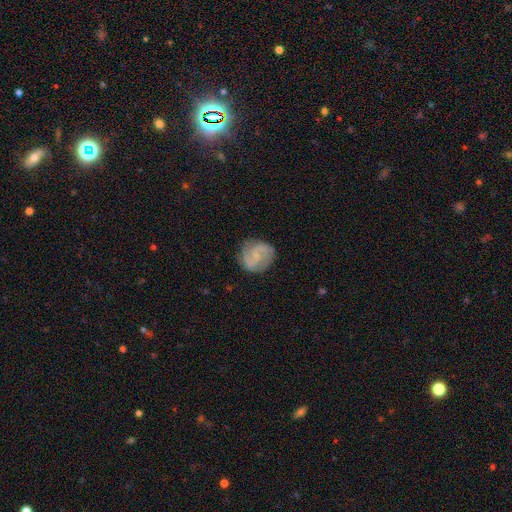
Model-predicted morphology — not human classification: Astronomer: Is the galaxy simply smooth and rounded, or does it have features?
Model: featured or disk — 73%.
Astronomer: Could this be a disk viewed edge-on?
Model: no — 98%.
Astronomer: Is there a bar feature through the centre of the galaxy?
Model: no — 49% (runner-up: weak, 43%).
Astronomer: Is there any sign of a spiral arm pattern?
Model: yes — 94%.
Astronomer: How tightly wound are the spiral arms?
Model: medium — 49% (runner-up: tight, 32%).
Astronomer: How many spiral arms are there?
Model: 2 — 77%.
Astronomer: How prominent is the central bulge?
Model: small — 61%.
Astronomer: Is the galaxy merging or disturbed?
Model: none — 79%.